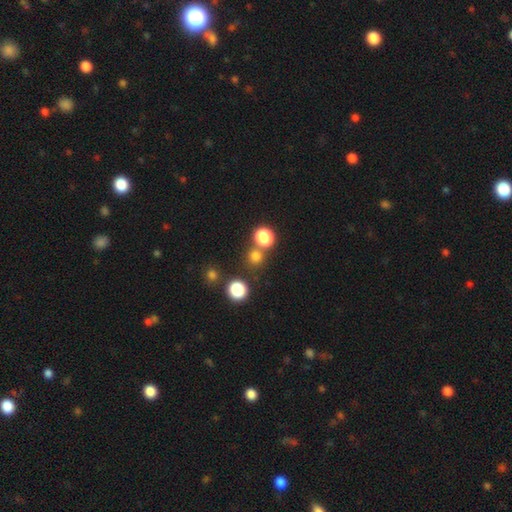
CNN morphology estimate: Smooth or featured: smooth — 74% (star or artifact — 21%)
How rounded: round — 89% (in between — 9%)
Merging: none — 71% (merger — 19%)